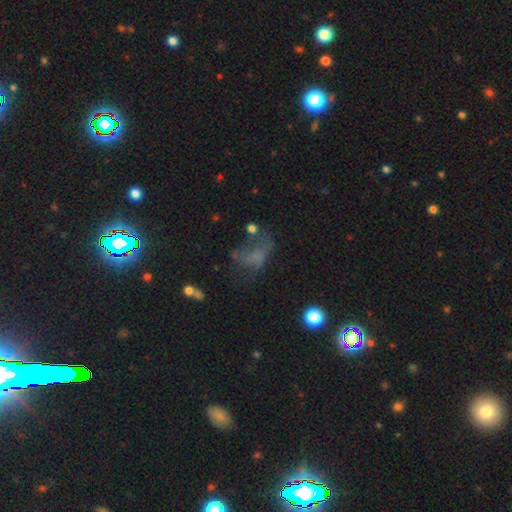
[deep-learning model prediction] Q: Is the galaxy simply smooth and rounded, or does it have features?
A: smooth — 41%.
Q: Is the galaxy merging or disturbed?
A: major disturbance — 39%.